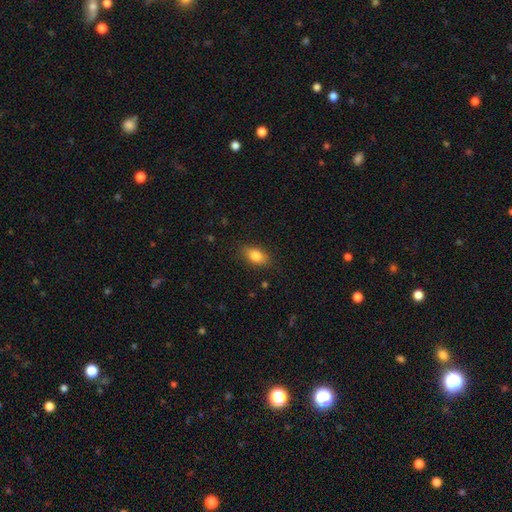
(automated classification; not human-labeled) This is clearly a smooth galaxy (83%). How rounded: clearly in between (86%). Merging: clearly none (85%).